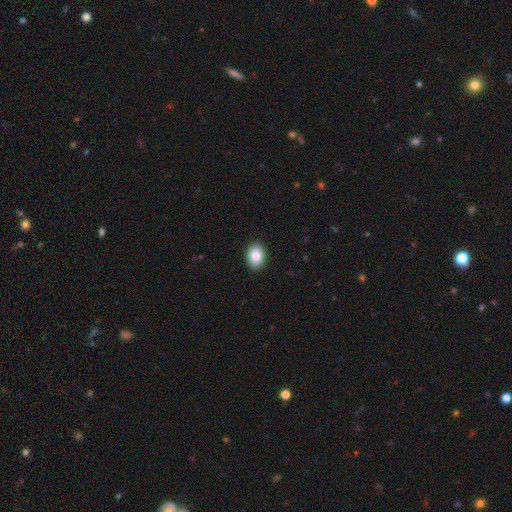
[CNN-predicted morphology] This appears to be a smooth galaxy with no disk features (84%) that is in between round and cigar-shaped (80%). Merging: none (90%).